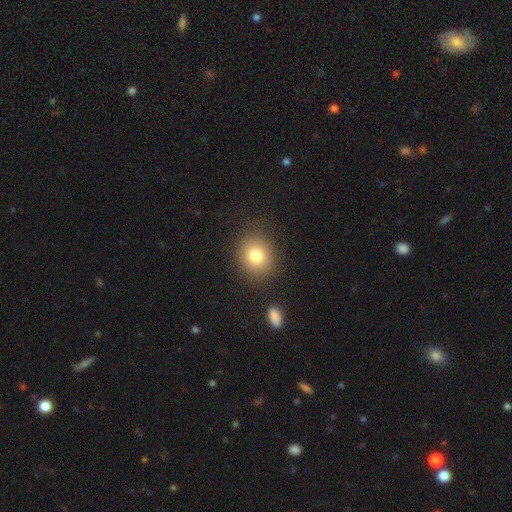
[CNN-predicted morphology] smooth 79%, star or artifact 12%, featured or disk 10%. Down the decision tree: how rounded — round (74%); merging — none (84%).